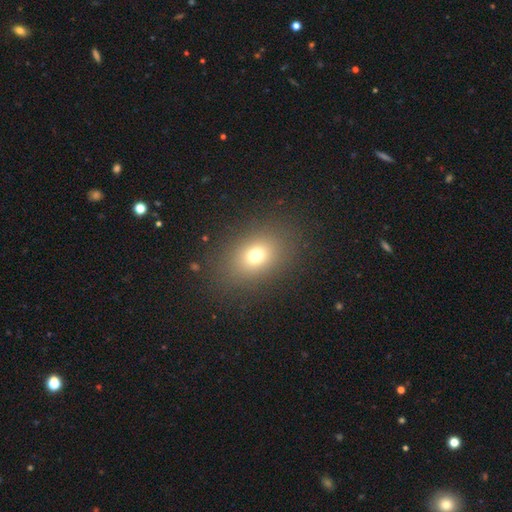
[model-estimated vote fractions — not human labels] Morphology: type=smooth (71%); roundness=in between (61%); merging=none (84%).